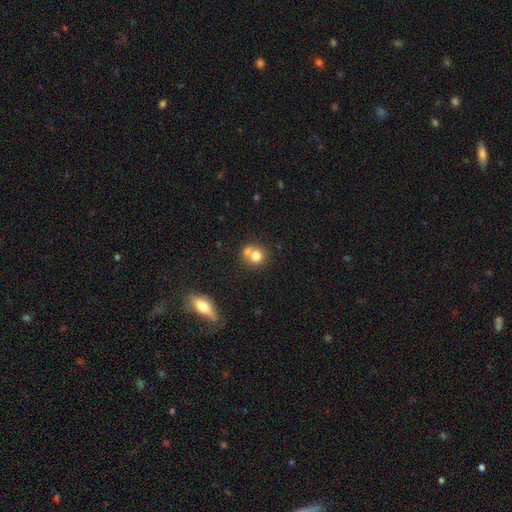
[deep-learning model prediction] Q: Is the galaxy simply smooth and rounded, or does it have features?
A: smooth — 74%.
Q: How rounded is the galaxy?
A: round — 82%.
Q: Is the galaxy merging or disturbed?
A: none — 46%.